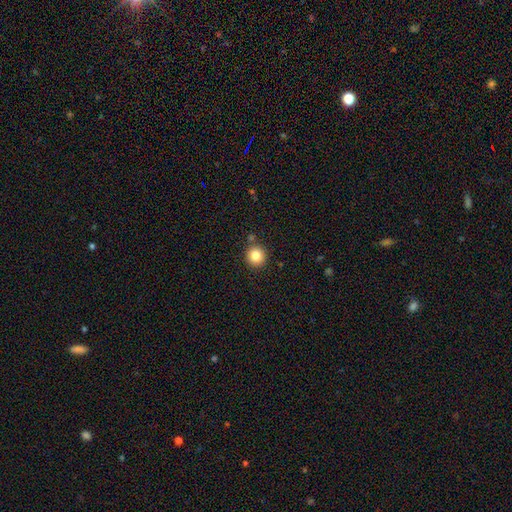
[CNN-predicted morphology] type=smooth (83%); roundness=round (93%); merging=none (86%).